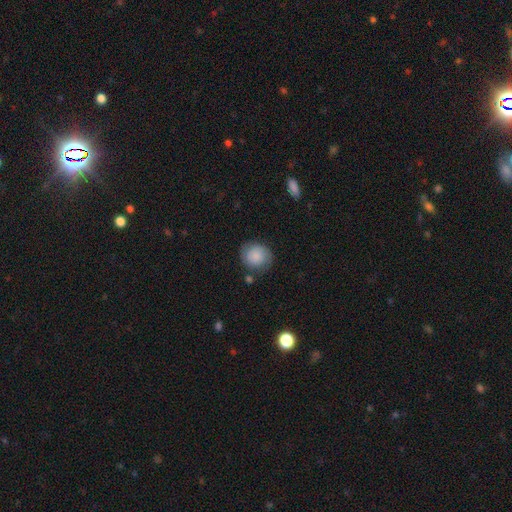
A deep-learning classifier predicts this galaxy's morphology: Smooth or featured? smooth (79%)
How rounded? round (81%)
Merging? none (73%)